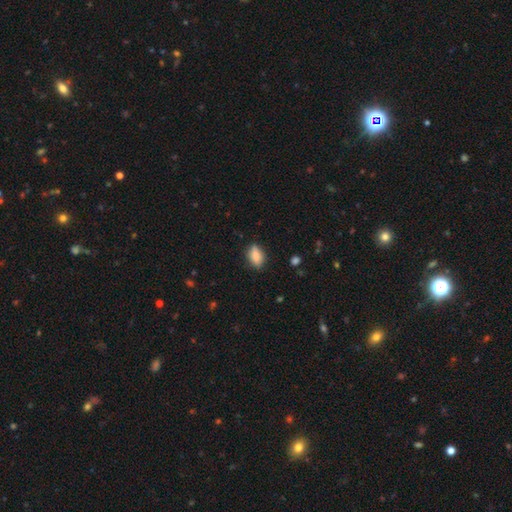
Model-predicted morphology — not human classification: This appears to be a smooth galaxy with no disk features (82%) that is in between round and cigar-shaped (84%). Merging: none (80%).